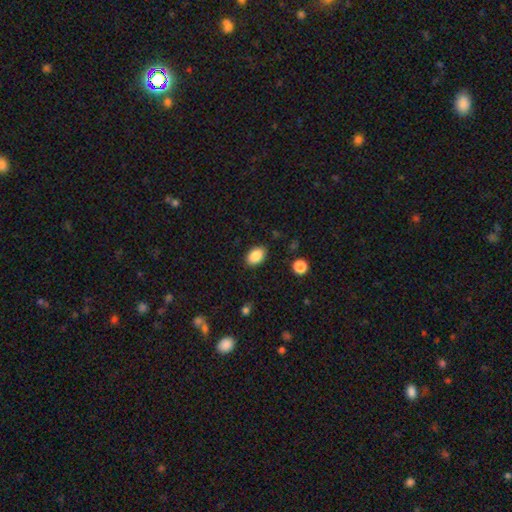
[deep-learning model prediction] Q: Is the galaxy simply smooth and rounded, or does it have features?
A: smooth — 88%.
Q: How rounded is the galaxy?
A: in between — 85%.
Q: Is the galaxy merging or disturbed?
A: none — 87%.